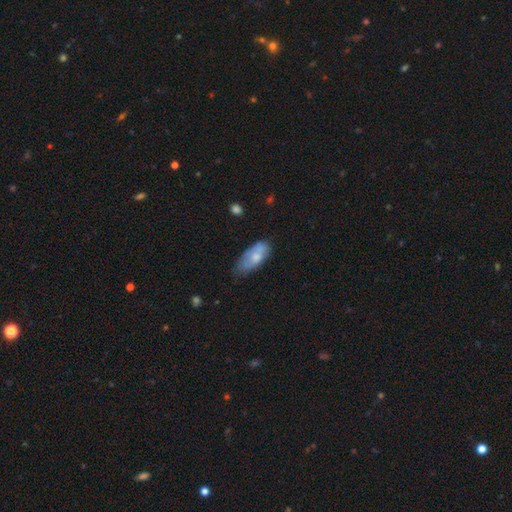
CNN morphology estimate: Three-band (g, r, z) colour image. It shows a smooth galaxy with no disk features (71%) that is in between round and cigar-shaped (85%). Merging: none (48%).